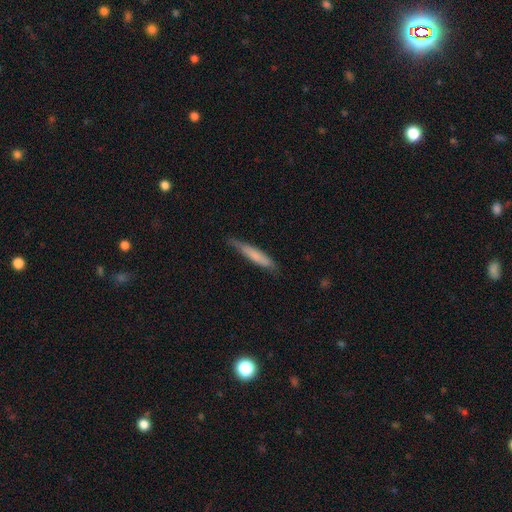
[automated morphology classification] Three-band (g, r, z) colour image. It shows a smooth galaxy with no disk features (70%) that is cigar-shaped (92%). Merging: none (75%).